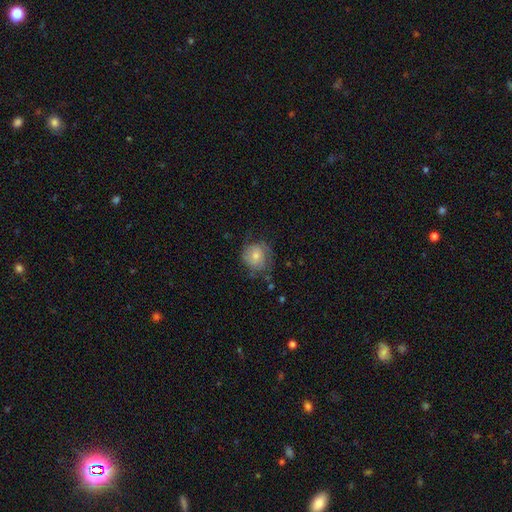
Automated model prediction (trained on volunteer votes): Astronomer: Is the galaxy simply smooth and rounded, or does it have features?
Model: smooth — 46% (runner-up: featured or disk, 43%).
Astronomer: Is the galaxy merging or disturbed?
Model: none — 61%.